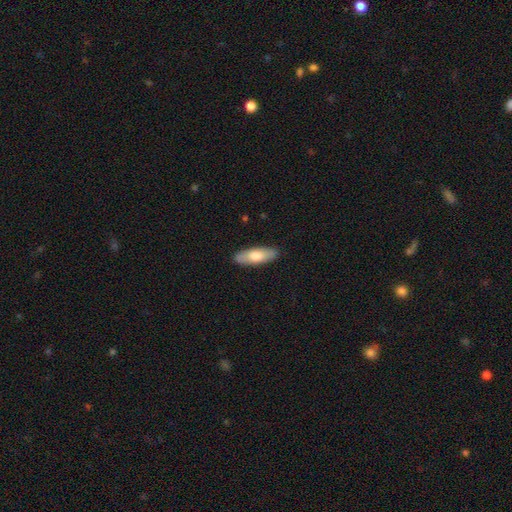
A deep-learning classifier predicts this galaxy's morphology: The model was most divided on "how rounded": in between: 55%, cigar-shaped: 43%, round: 2%. More confident: merging — none (88%); smooth or featured — smooth (70%).